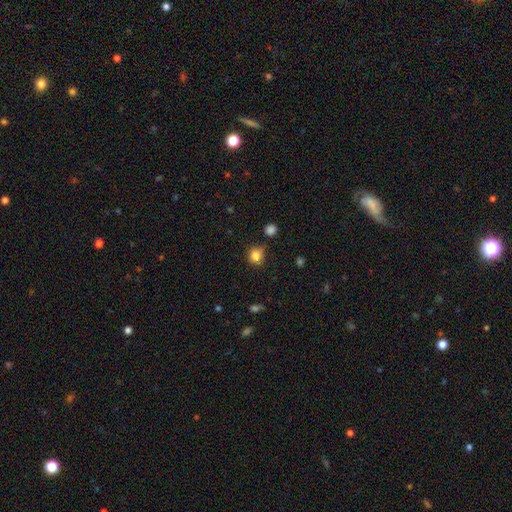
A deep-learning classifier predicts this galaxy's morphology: Q: Smooth or featured?
A: smooth (84%); runner-up: star or artifact (12%)
Q: How rounded?
A: round (86%); runner-up: in between (13%)
Q: Merging?
A: none (75%); runner-up: minor disturbance (17%)